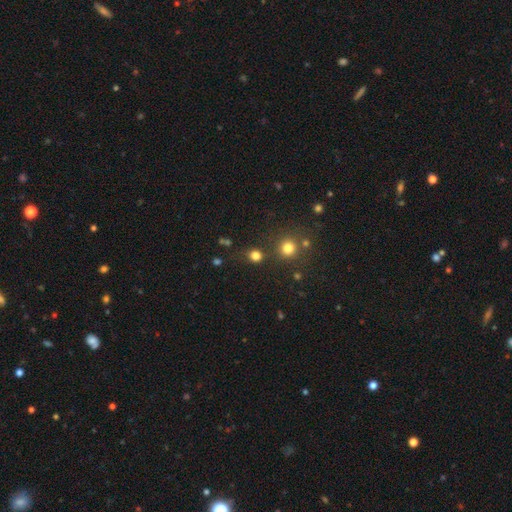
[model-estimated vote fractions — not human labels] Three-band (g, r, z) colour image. It shows a smooth galaxy with no disk features (78%) that is round (83%). Merging: none (77%).